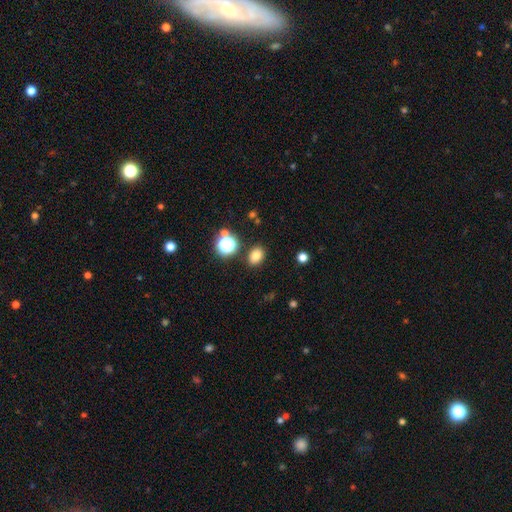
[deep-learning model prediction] This is likely a smooth galaxy (78%). How rounded: possibly in between (60%). Merging: clearly none (84%).